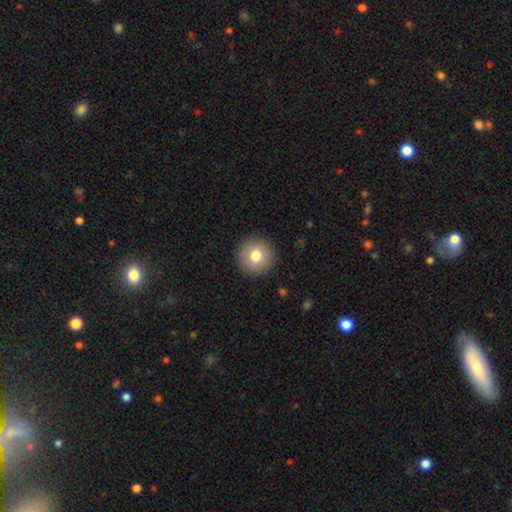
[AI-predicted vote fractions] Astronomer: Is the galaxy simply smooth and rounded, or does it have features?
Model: smooth — 79%.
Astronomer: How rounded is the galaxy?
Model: round — 95%.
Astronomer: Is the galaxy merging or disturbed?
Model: none — 92%.